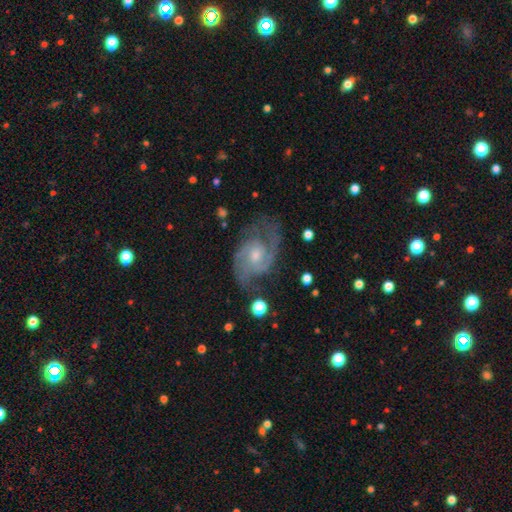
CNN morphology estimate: A featured or disk galaxy (87%) with no bar (59%), 2 (75%) medium (52%) spiral arms (96%) and a moderate central bulge (47%).

Vote fractions:
- Smooth or featured? featured or disk: 87% / smooth: 7% / star or artifact: 5%
- Edge-on disk? no: 97% / yes: 3%
- Bar? no: 59% / weak: 36% / strong: 5%
- Spiral arms? yes: 96% / no: 4%
- Spiral winding? medium: 52% / tight: 31% / loose: 16%
- Spiral arm count? 2: 75% / can't tell: 9% / 3: 8% / 1: 3% / 4: 2% / more than 4: 2%
- Bulge size? moderate: 47% / small: 44% / large: 4% / none: 4% / dominant: 1%
- Merging? none: 66% / minor disturbance: 20% / major disturbance: 12% / merger: 2%